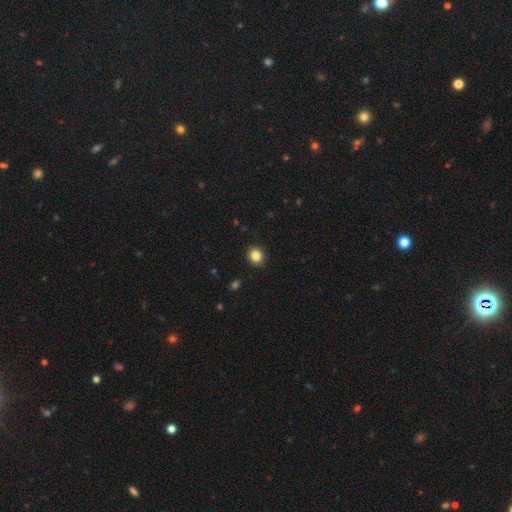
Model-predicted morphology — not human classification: This appears to be a smooth galaxy with no disk features (85%) that is round (71%). Merging: none (91%).